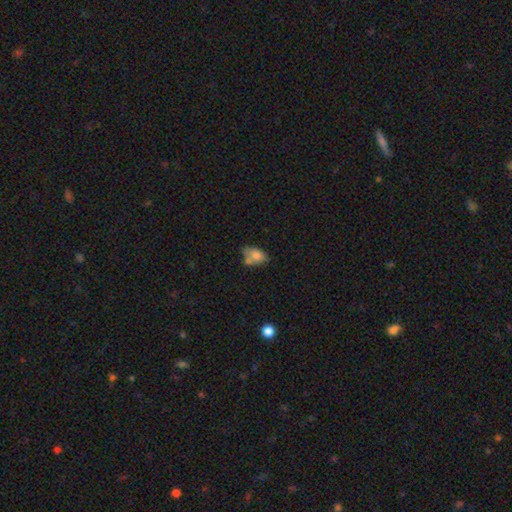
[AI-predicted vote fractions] A smooth galaxy with no disk features (73%) that is in between round and cigar-shaped (84%). Merging: none (38%).